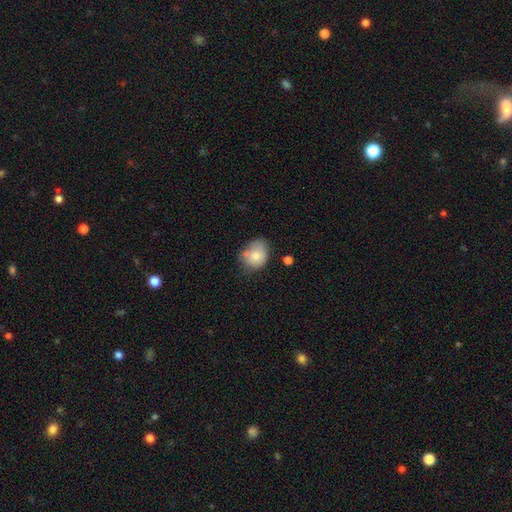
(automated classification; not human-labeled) Smooth or featured? smooth (76%)
How rounded? round (53%)
Merging? none (47%)